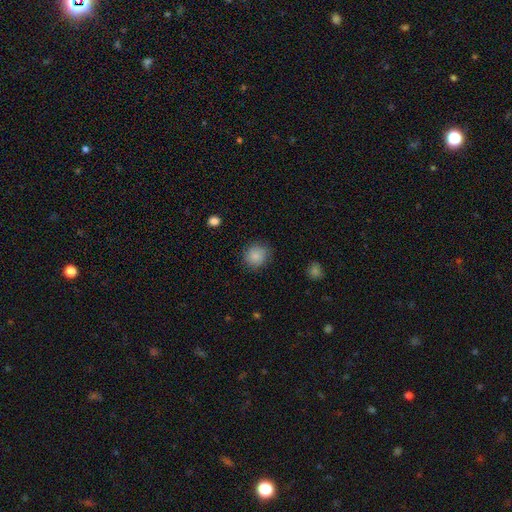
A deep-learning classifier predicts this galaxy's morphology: Smooth or featured? smooth (87%)
How rounded? round (88%)
Merging? none (83%)